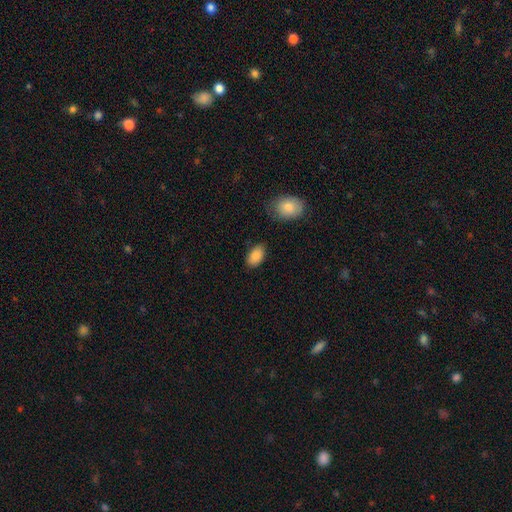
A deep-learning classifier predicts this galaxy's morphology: Smooth or featured?
  - smooth: 87% *
  - star or artifact: 7%
  - featured or disk: 5%
How rounded?
  - in between: 93% *
  - round: 6%
  - cigar-shaped: 2%
Merging?
  - none: 82% *
  - minor disturbance: 13%
  - major disturbance: 3%
  - merger: 2%